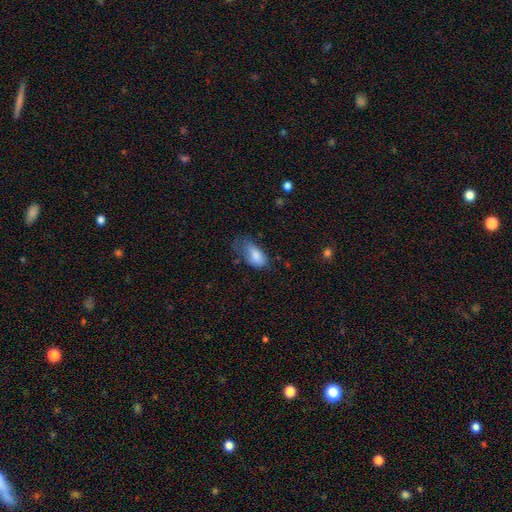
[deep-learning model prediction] Q: Smooth or featured?
A: smooth (80%); runner-up: featured or disk (13%)
Q: How rounded?
A: in between (91%); runner-up: cigar-shaped (6%)
Q: Merging?
A: minor disturbance (37%); runner-up: none (31%)